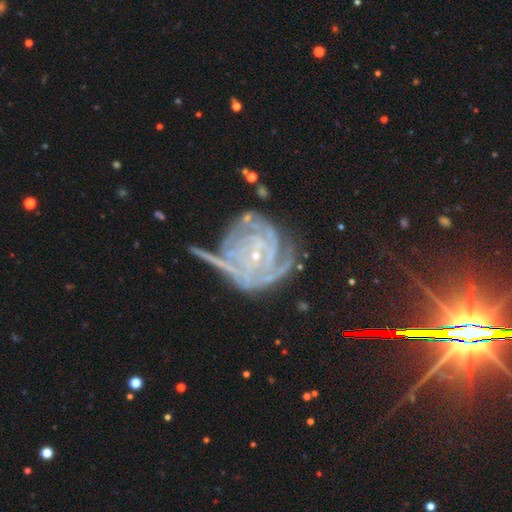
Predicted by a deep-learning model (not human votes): featured or disk 84%, star or artifact 10%, smooth 7%. Down the decision tree: edge-on disk — no (96%); bar — no (62%); spiral arms — yes (95%); spiral arm count — can't tell (28%); spiral winding — tight (78%); bulge size — small (85%); merging — none (44%).